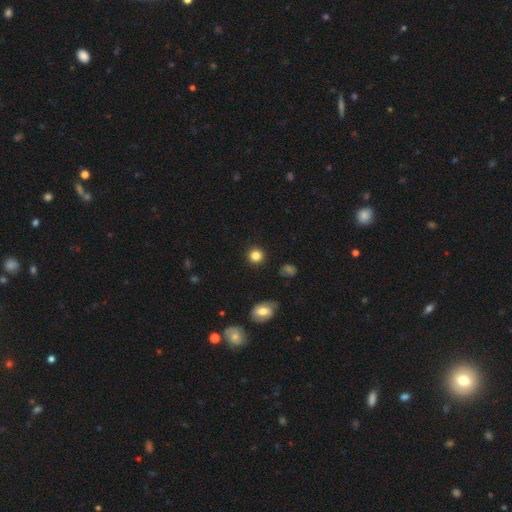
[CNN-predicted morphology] Smooth or featured?
  - smooth: 84% *
  - star or artifact: 12%
  - featured or disk: 5%
How rounded?
  - round: 92% *
  - in between: 7%
  - cigar-shaped: 1%
Merging?
  - none: 90% *
  - minor disturbance: 6%
  - major disturbance: 2%
  - merger: 1%